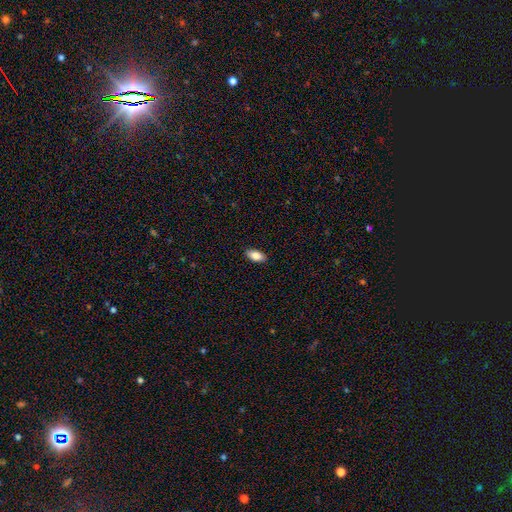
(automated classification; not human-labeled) A smooth galaxy with no disk features (84%) that is in between round and cigar-shaped (91%).

Vote fractions:
- Smooth or featured? smooth: 84% / featured or disk: 9% / star or artifact: 7%
- How rounded? in between: 91% / cigar-shaped: 6% / round: 3%
- Merging? none: 89% / minor disturbance: 8% / major disturbance: 2% / merger: 1%